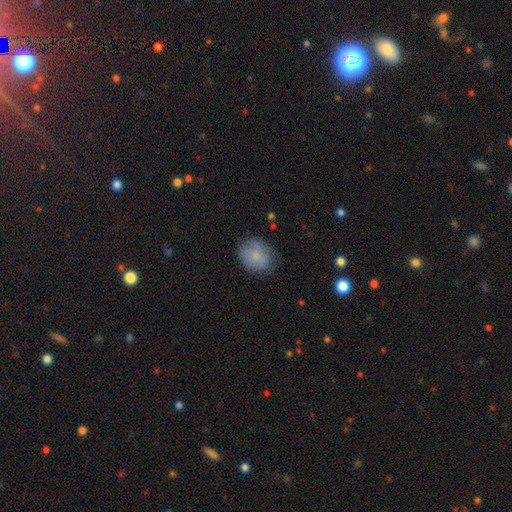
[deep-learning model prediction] Morphology: type=smooth (79%); roundness=round (56%); merging=none (75%).